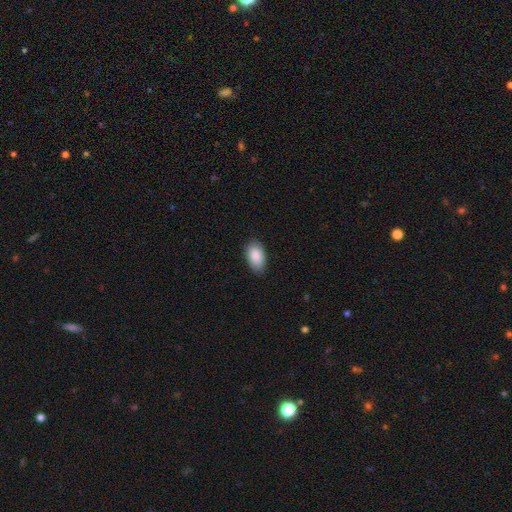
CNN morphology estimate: Smooth or featured: smooth — 88% (star or artifact — 6%)
How rounded: in between — 94% (round — 5%)
Merging: none — 84% (minor disturbance — 13%)